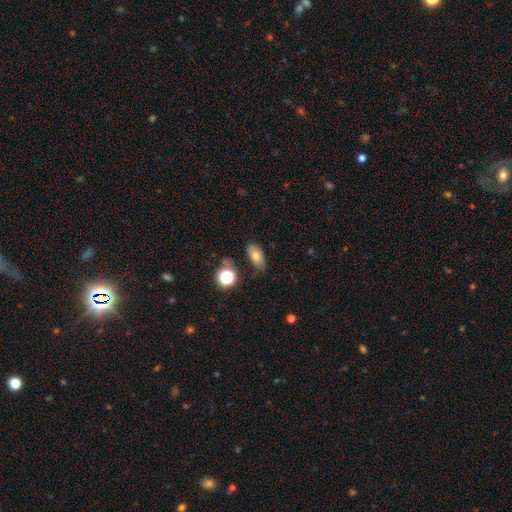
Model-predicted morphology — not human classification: smooth_or_featured: smooth (p=0.71) [alt: featured or disk p=0.17]
how_rounded: in between (p=0.87) [alt: round p=0.08]
merging: none (p=0.67) [alt: minor disturbance p=0.23]